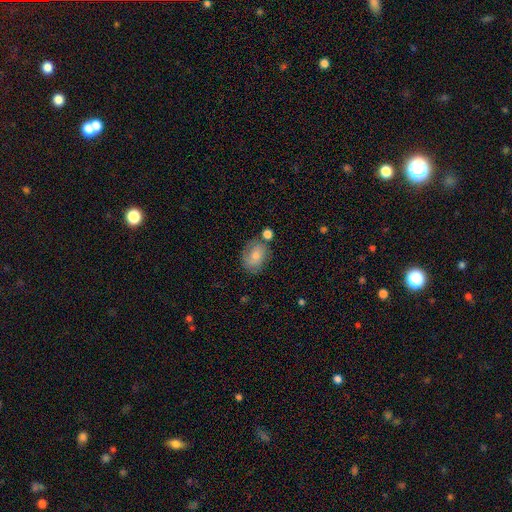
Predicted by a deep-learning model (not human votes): smooth-or-featured: smooth: 61% | featured or disk: 29% | star or artifact: 10%
  how-rounded: in between: 60% | round: 39% | cigar-shaped: 1%
  merging: none: 68% | minor disturbance: 19% | merger: 8% | major disturbance: 5%